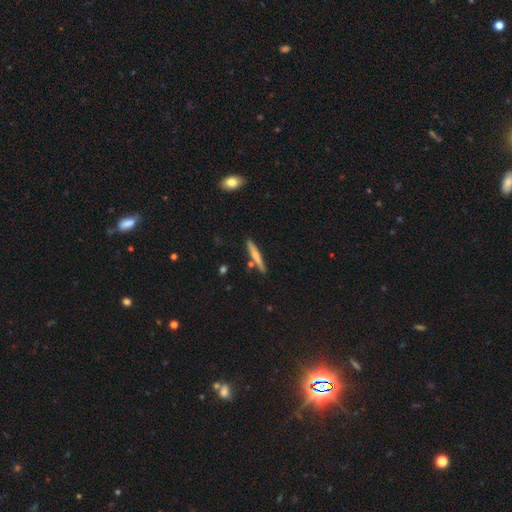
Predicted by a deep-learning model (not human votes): A smooth galaxy with no disk features (63%) that is cigar-shaped (93%).

Vote fractions:
- Smooth or featured? smooth: 63% / featured or disk: 31% / star or artifact: 6%
- How rounded? cigar-shaped: 93% / in between: 5% / round: 2%
- Merging? none: 82% / minor disturbance: 10% / merger: 6% / major disturbance: 2%